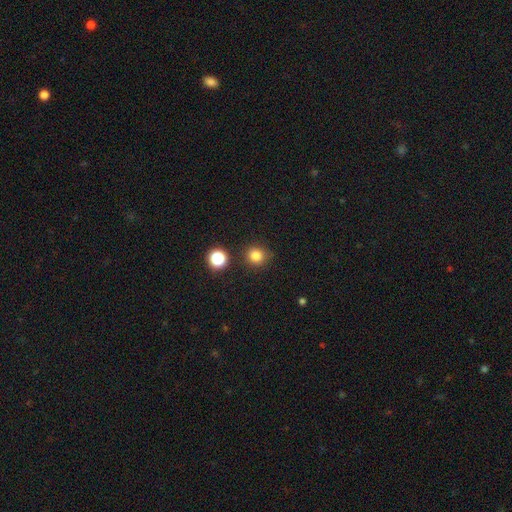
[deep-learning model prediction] Smooth or featured: smooth — 82% (star or artifact — 14%)
How rounded: round — 89% (in between — 10%)
Merging: none — 85% (minor disturbance — 9%)